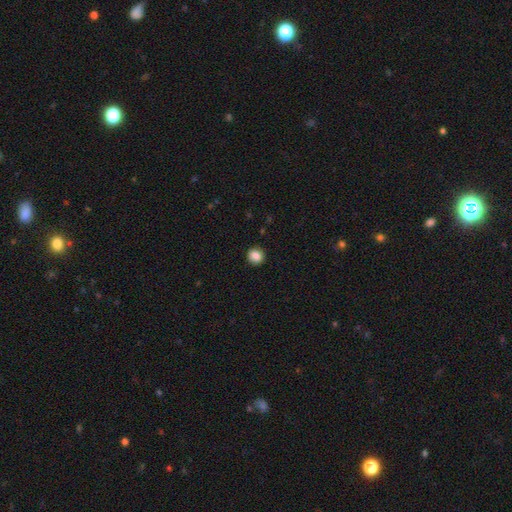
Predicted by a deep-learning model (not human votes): This appears to be a smooth galaxy with no disk features (85%) that is round (85%). Merging: none (90%).